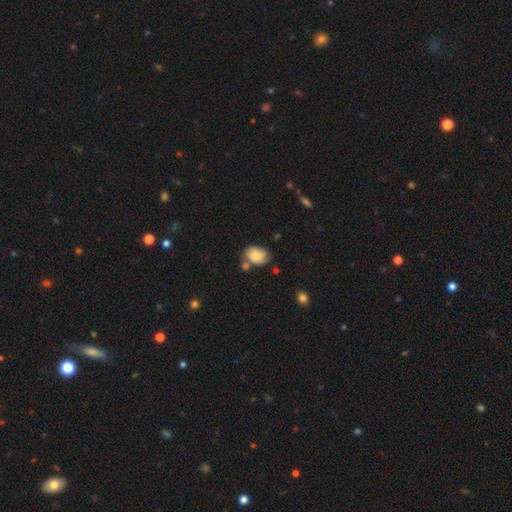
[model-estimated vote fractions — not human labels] This appears to be a smooth galaxy with no disk features (79%) that is in between round and cigar-shaped (68%). Merging: none (54%).